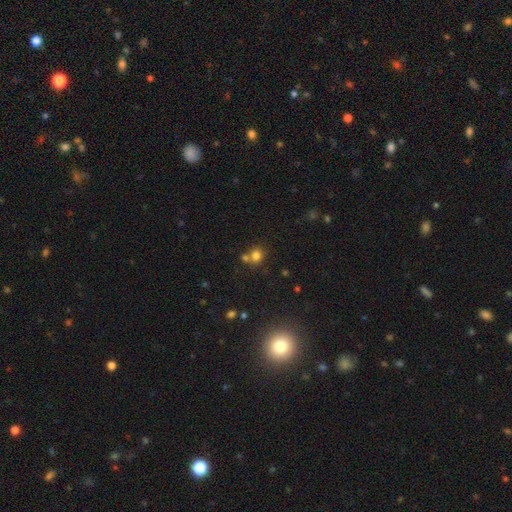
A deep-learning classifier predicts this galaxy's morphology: A smooth galaxy with no disk features (77%) that is round (75%).

Vote fractions:
- Smooth or featured? smooth: 77% / star or artifact: 15% / featured or disk: 8%
- How rounded? round: 75% / in between: 24% / cigar-shaped: 1%
- Merging? none: 55% / merger: 32% / minor disturbance: 9% / major disturbance: 3%